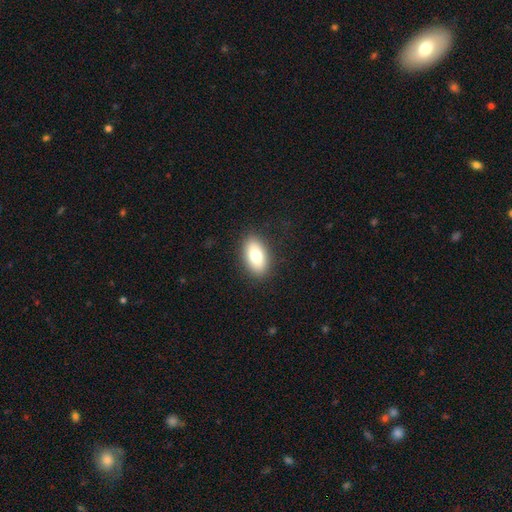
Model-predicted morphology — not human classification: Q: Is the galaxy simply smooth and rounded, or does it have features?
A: smooth — 78%.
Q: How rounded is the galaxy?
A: in between — 91%.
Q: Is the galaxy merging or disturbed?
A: none — 87%.